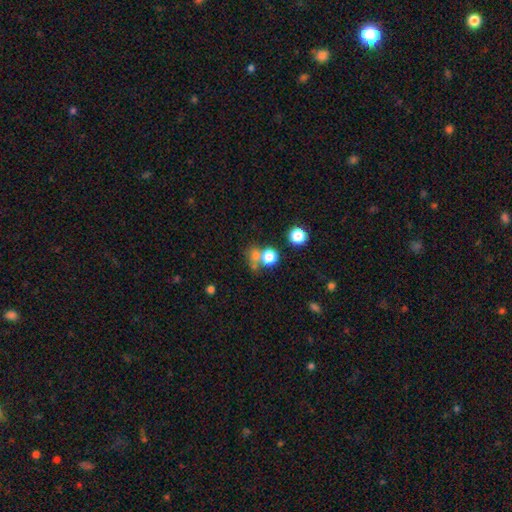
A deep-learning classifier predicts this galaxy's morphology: A smooth galaxy with no disk features (71%) that is round (82%).

Vote fractions:
- Smooth or featured? smooth: 71% / star or artifact: 18% / featured or disk: 11%
- How rounded? round: 82% / in between: 17% / cigar-shaped: 1%
- Merging? none: 47% / merger: 39% / minor disturbance: 9% / major disturbance: 6%